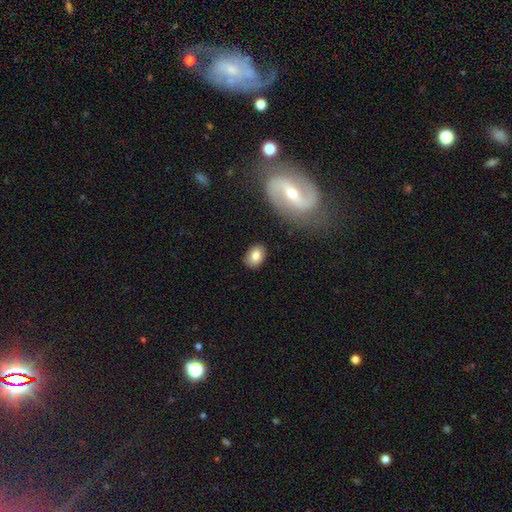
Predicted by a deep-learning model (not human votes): Smooth or featured? Predicted: smooth (p=0.79). How rounded? Predicted: in between (p=0.76). Merging? Predicted: none (p=0.85).